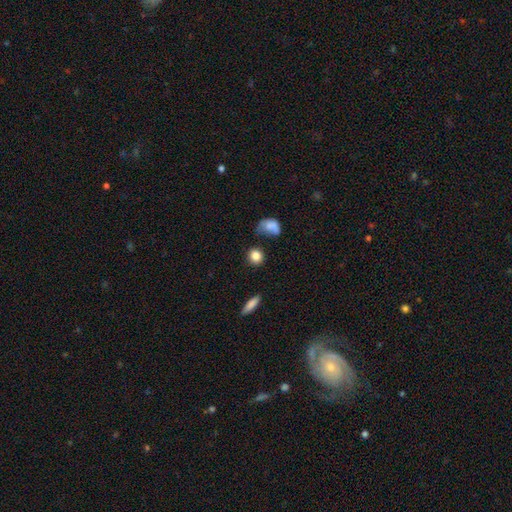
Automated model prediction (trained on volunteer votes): smooth_or_featured: smooth (p=0.84) [alt: star or artifact p=0.10]
how_rounded: round (p=0.80) [alt: in between p=0.19]
merging: none (p=0.73) [alt: minor disturbance p=0.15]